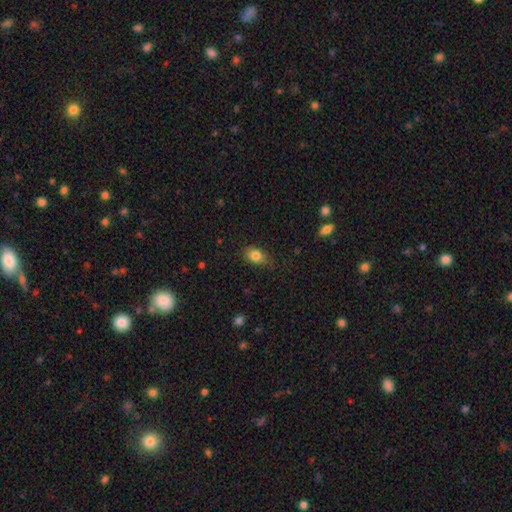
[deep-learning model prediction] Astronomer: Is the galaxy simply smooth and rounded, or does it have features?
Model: smooth — 82%.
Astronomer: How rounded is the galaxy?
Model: in between — 77%.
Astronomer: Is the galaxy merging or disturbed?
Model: none — 76%.